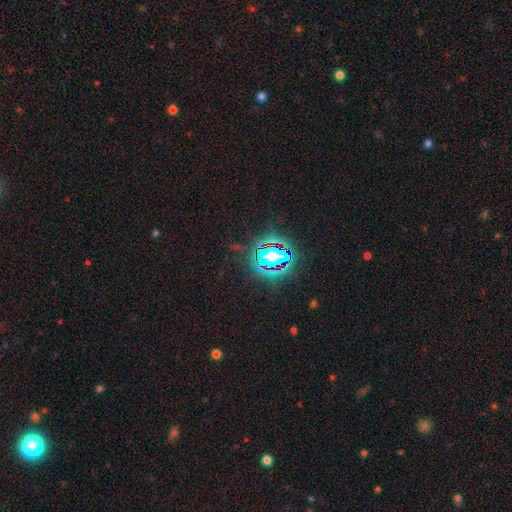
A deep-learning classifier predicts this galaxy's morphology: smooth_or_featured: star or artifact (p=0.82) [alt: smooth p=0.11]